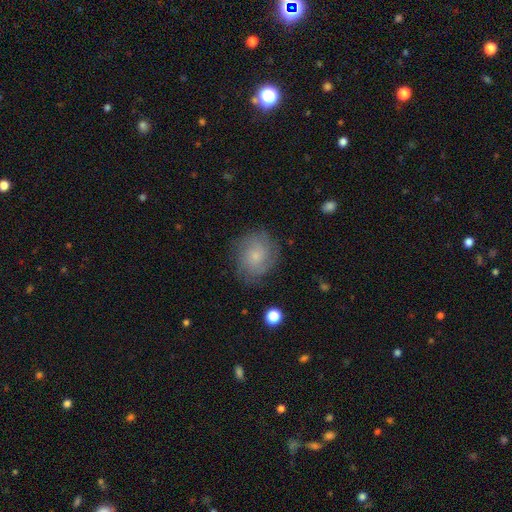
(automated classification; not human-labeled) Morphology: type=smooth (48%); merging=none (77%).